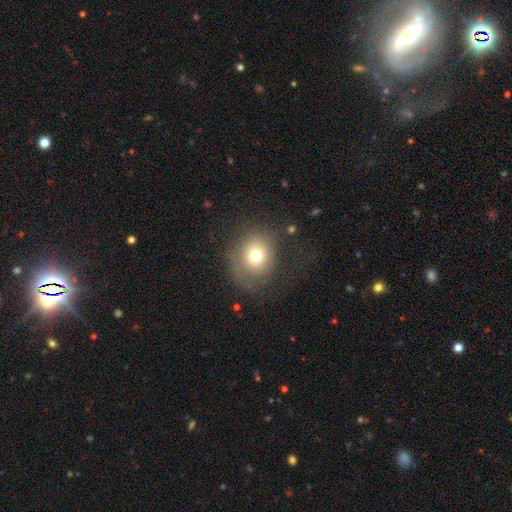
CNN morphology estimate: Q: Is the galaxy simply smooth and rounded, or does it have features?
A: smooth — 69%.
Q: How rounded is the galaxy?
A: round — 78%.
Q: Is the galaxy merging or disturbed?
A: none — 60%.